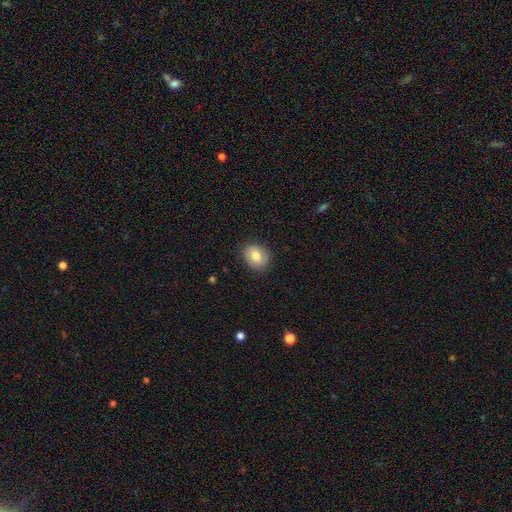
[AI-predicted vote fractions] Smooth or featured: smooth — 77% (featured or disk — 15%)
How rounded: in between — 51% (round — 48%)
Merging: none — 84% (minor disturbance — 12%)